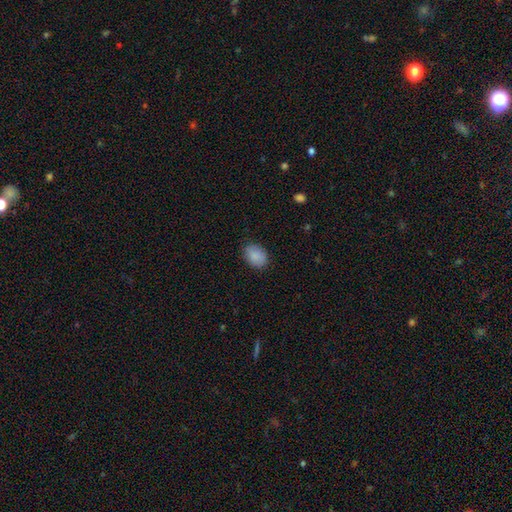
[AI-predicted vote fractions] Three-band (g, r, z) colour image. It shows a smooth galaxy with no disk features (89%) that is in between round and cigar-shaped (69%). Merging: none (85%).